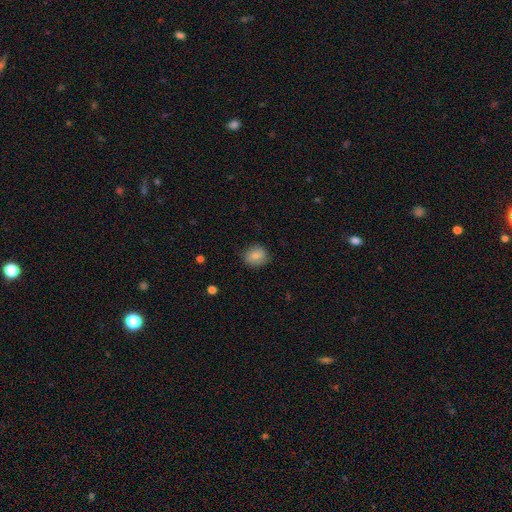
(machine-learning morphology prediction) This appears to be a smooth galaxy with no disk features (79%) that is round (78%). Merging: none (82%).